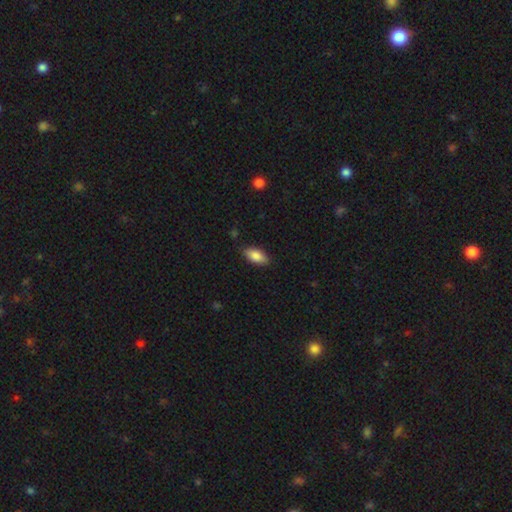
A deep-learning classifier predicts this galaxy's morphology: Smooth or featured: smooth — 85% (featured or disk — 9%)
How rounded: in between — 89% (cigar-shaped — 8%)
Merging: none — 83% (minor disturbance — 13%)